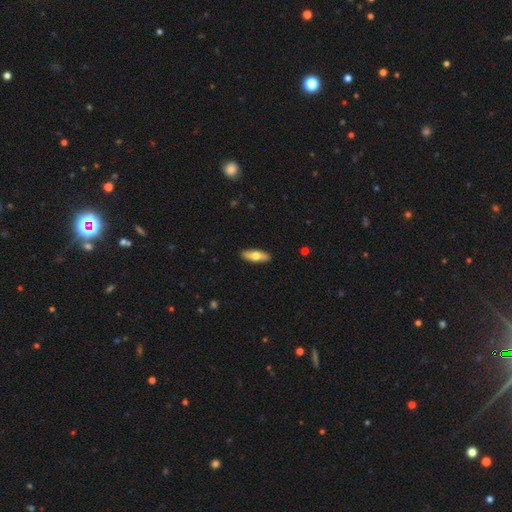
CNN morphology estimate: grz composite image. It shows a smooth galaxy with no disk features (63%) that is in between round and cigar-shaped (57%). Merging: none (90%).